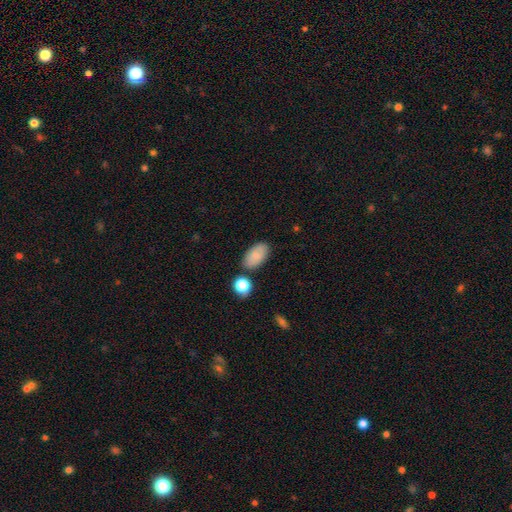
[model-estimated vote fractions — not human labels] Overall: smooth (82%). How rounded: in between (94%). Merging: none (79%).